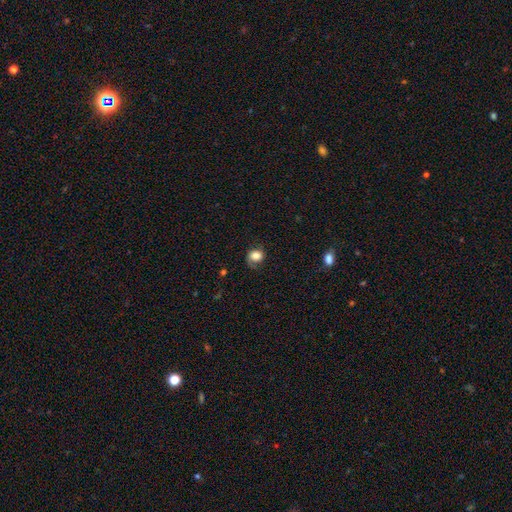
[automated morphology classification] smooth-or-featured: smooth: 73% | featured or disk: 18% | star or artifact: 10%
  how-rounded: round: 64% | in between: 35% | cigar-shaped: 1%
  merging: none: 63% | minor disturbance: 24% | major disturbance: 11% | merger: 1%